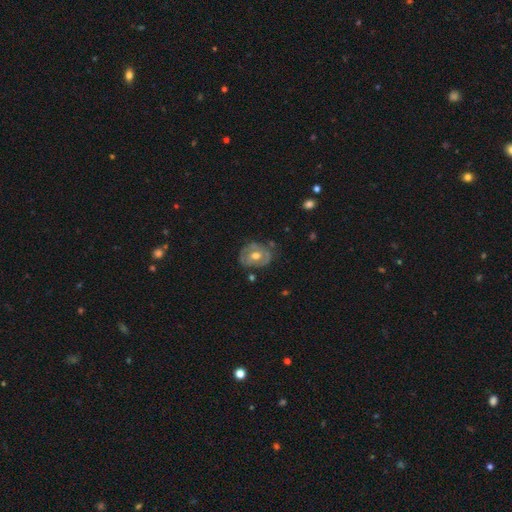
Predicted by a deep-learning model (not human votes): Q: Smooth or featured?
A: featured or disk (58%); runner-up: smooth (35%)
Q: Edge-on disk?
A: no (95%); runner-up: yes (5%)
Q: Bar?
A: no (66%); runner-up: weak (27%)
Q: Spiral arms?
A: no (59%); runner-up: yes (41%)
Q: Bulge size?
A: moderate (78%); runner-up: small (11%)
Q: Merging?
A: none (67%); runner-up: minor disturbance (22%)